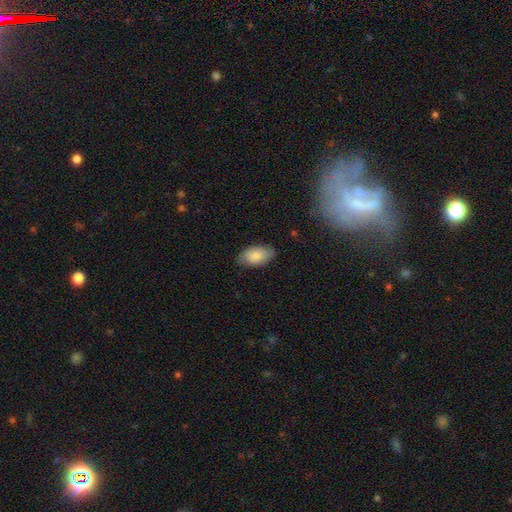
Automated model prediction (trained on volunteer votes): A smooth galaxy with no disk features (85%) that is in between round and cigar-shaped (94%). Merging: none (80%).